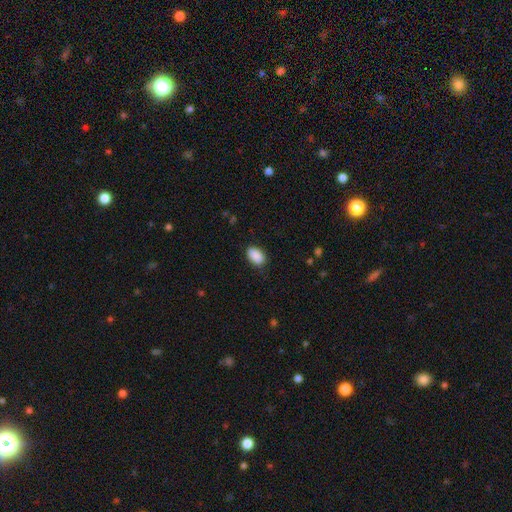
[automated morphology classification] This appears to be a smooth galaxy with no disk features (90%) that is in between round and cigar-shaped (91%). Merging: none (84%).